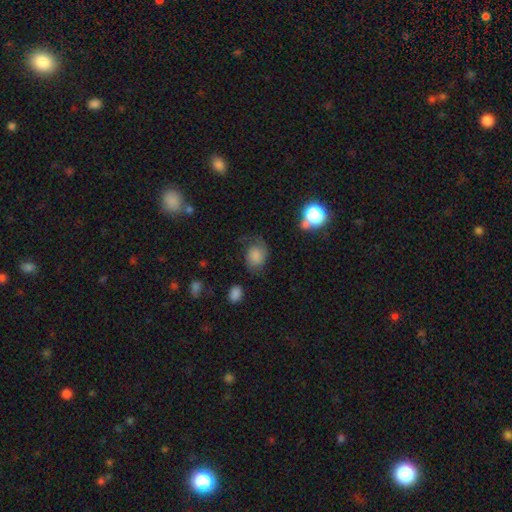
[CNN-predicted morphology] smooth_or_featured: smooth (p=0.58) [alt: featured or disk p=0.30]
how_rounded: in between (p=0.58) [alt: round p=0.41]
merging: none (p=0.53) [alt: minor disturbance p=0.26]